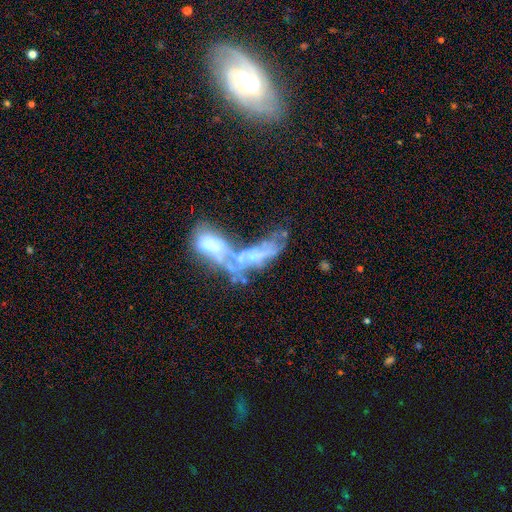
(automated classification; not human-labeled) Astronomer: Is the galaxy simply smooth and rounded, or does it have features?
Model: featured or disk — 58%.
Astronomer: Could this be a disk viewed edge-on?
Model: no — 87%.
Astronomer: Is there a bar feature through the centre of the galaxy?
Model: no — 73%.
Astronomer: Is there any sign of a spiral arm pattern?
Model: no — 69%.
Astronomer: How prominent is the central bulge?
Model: none — 35% (runner-up: small, 28%).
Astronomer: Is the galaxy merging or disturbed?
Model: merger — 69%.